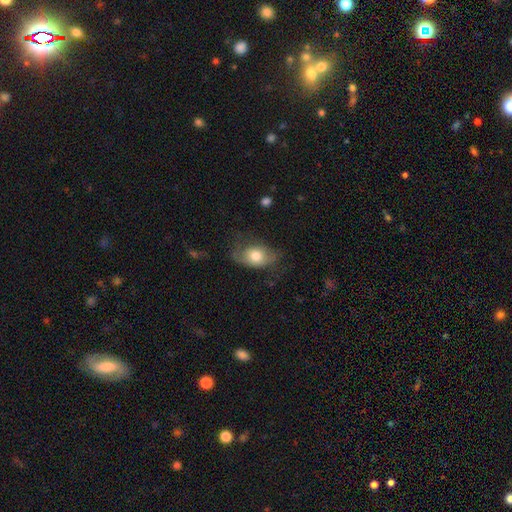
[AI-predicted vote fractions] This appears to be a smooth galaxy with no disk features (70%) that is in between round and cigar-shaped (82%). Merging: none (49%).